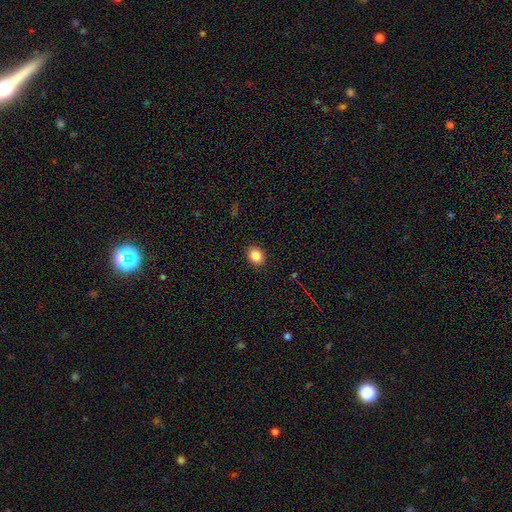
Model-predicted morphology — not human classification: smooth-or-featured: smooth: 86% | star or artifact: 10% | featured or disk: 5%
  how-rounded: round: 54% | in between: 45% | cigar-shaped: 1%
  merging: none: 89% | minor disturbance: 8% | major disturbance: 2% | merger: 1%